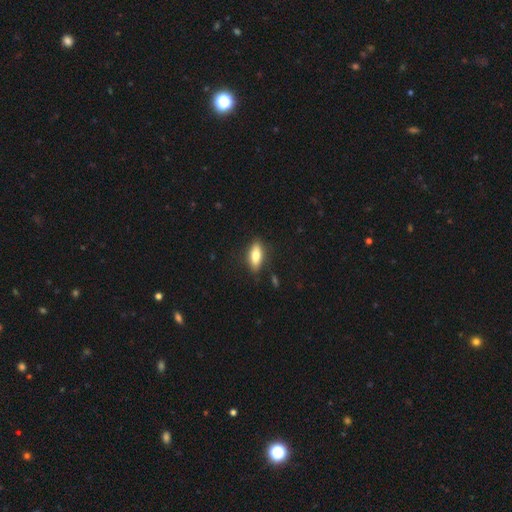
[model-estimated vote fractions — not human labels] Morphology: type=smooth (74%); roundness=in between (72%); merging=none (83%).